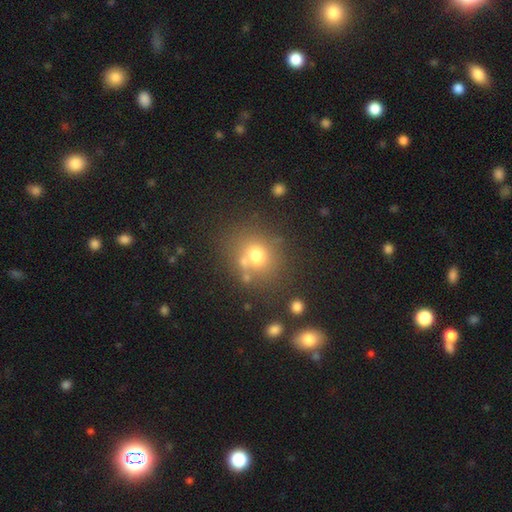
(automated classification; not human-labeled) Smooth or featured? Predicted: smooth (p=0.69). How rounded? Predicted: round (p=0.78). Merging? Predicted: none (p=0.68).